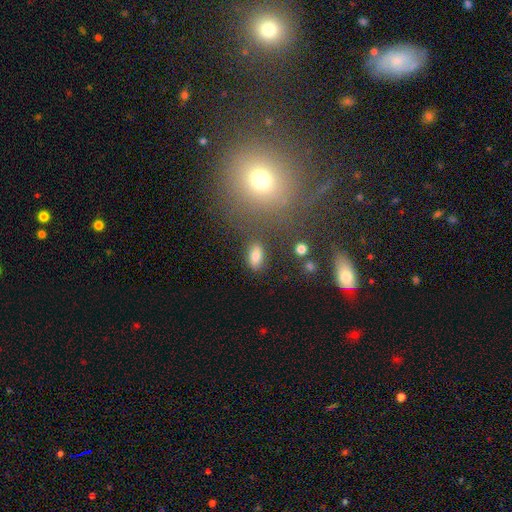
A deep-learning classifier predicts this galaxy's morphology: Smooth or featured? smooth (79%)
How rounded? in between (87%)
Merging? none (80%)